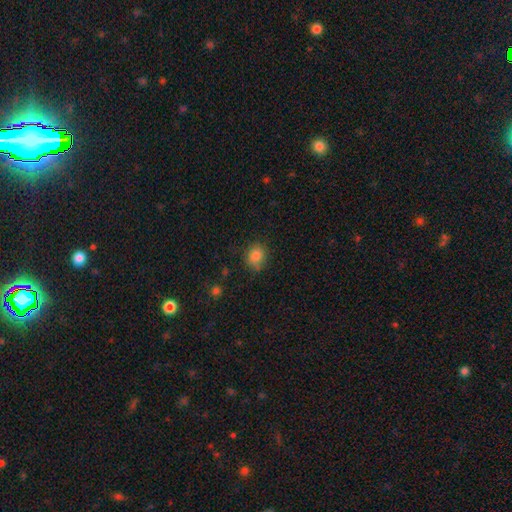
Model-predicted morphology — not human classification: Smooth or featured?
  - smooth: 85% *
  - star or artifact: 10%
  - featured or disk: 5%
How rounded?
  - round: 63% *
  - in between: 36%
  - cigar-shaped: 1%
Merging?
  - none: 74% *
  - minor disturbance: 19%
  - major disturbance: 4%
  - merger: 2%